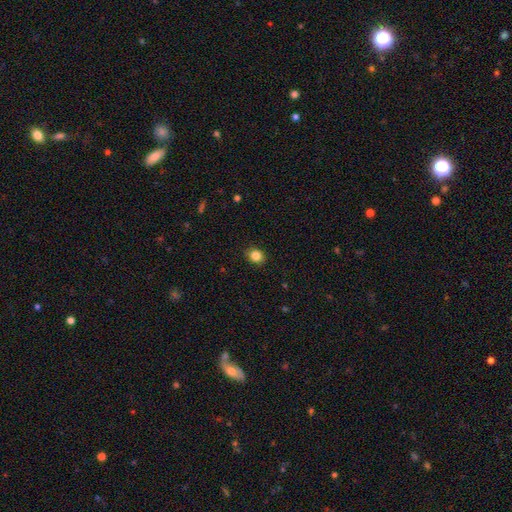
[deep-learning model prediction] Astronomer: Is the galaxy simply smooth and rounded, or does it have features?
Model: smooth — 84%.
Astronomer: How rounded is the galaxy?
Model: round — 61% (runner-up: in between, 38%).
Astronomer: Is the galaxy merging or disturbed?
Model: none — 90%.